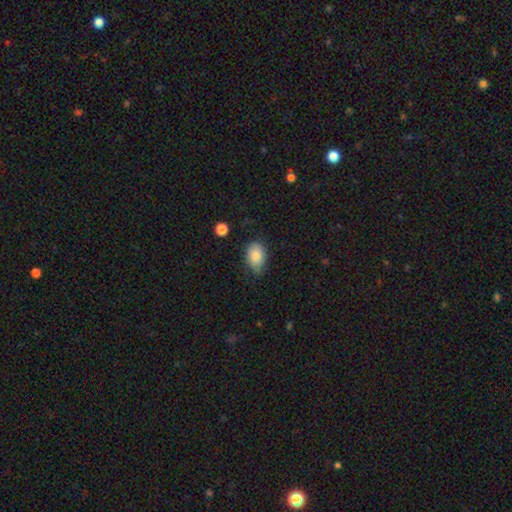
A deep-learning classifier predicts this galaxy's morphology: Smooth or featured?
  - smooth: 83% *
  - featured or disk: 9%
  - star or artifact: 8%
How rounded?
  - in between: 82% *
  - round: 17%
  - cigar-shaped: 1%
Merging?
  - none: 66% *
  - minor disturbance: 27%
  - major disturbance: 5%
  - merger: 2%